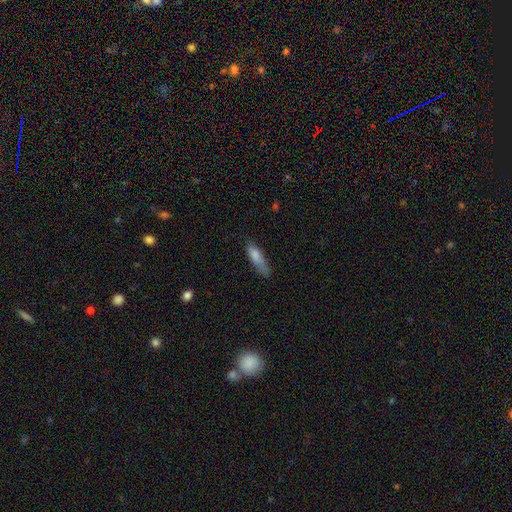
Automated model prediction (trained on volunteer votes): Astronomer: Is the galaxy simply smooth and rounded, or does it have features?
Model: smooth — 82%.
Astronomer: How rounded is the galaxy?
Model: cigar-shaped — 56% (runner-up: in between, 42%).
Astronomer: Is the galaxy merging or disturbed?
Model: none — 55% (runner-up: minor disturbance, 32%).